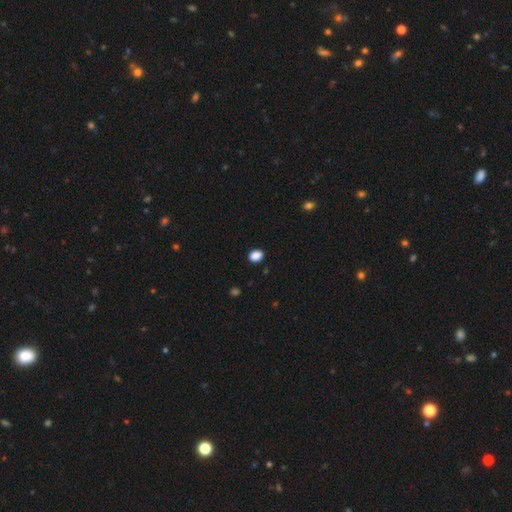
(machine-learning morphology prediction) smooth-or-featured: smooth: 88% | star or artifact: 9% | featured or disk: 3%
  how-rounded: in between: 65% | round: 34% | cigar-shaped: 1%
  merging: none: 90% | minor disturbance: 8% | major disturbance: 2% | merger: 1%